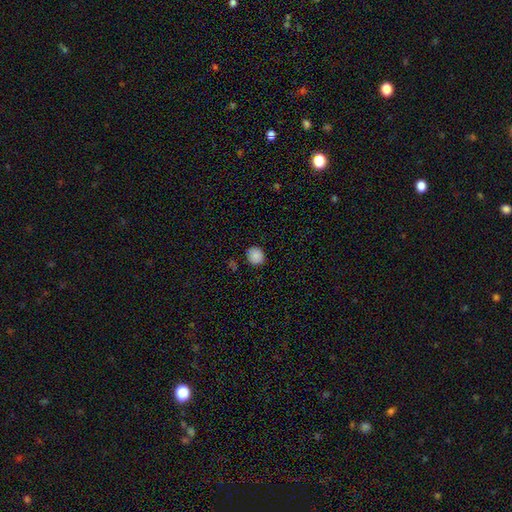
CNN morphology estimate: The model was most divided on "how rounded": round: 83%, in between: 16%, cigar-shaped: 1%. More confident: smooth or featured — smooth (87%); merging — none (86%).